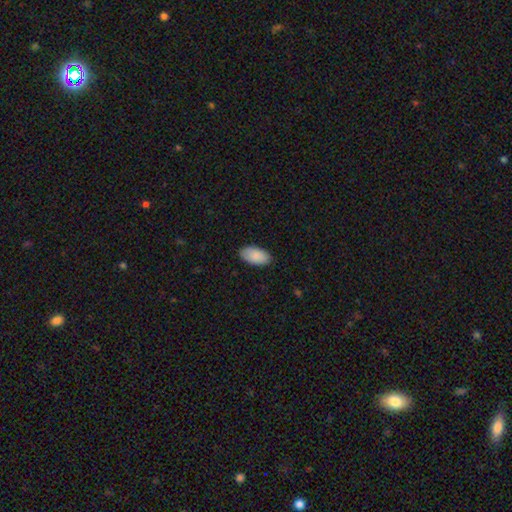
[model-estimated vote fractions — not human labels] This appears to be a smooth galaxy with no disk features (90%) that is in between round and cigar-shaped (95%). Merging: none (87%).